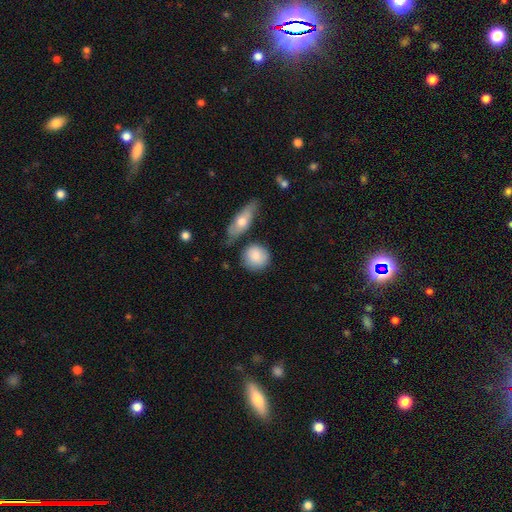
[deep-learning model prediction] Smooth or featured: smooth — 84% (featured or disk — 10%)
How rounded: round — 82% (in between — 16%)
Merging: none — 70% (minor disturbance — 16%)